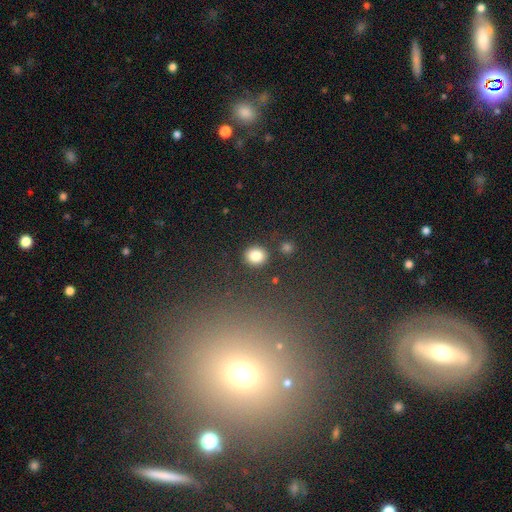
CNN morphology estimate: smooth 84%, star or artifact 10%, featured or disk 6%. Down the decision tree: how rounded — round (70%); merging — none (84%).